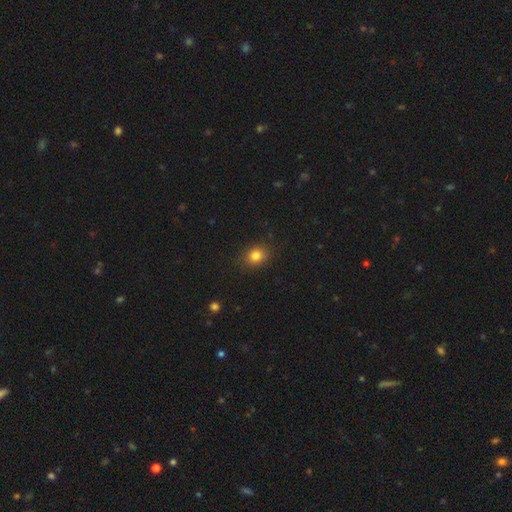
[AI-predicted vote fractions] This is clearly a smooth galaxy (83%). How rounded: likely round (60%). Merging: clearly none (86%).